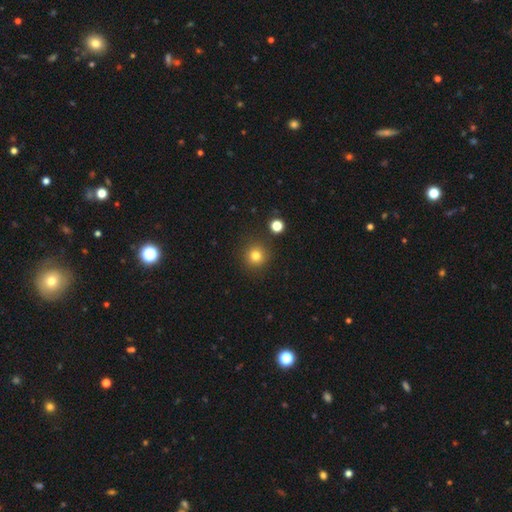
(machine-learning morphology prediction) Smooth or featured: smooth — 81% (star or artifact — 13%)
How rounded: round — 94% (in between — 5%)
Merging: none — 88% (minor disturbance — 6%)